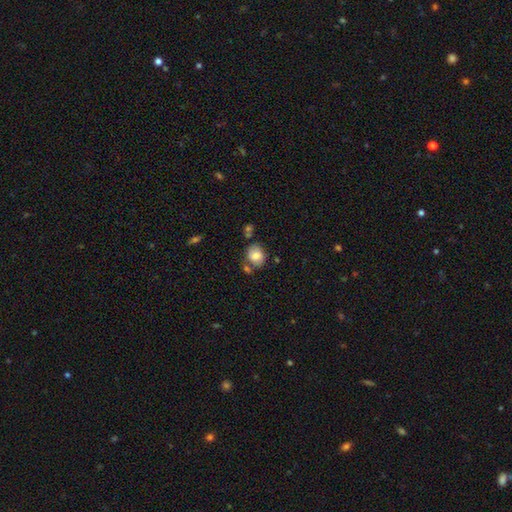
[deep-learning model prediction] smooth-or-featured: smooth: 75% | featured or disk: 17% | star or artifact: 9%
  how-rounded: round: 58% | in between: 41% | cigar-shaped: 1%
  merging: none: 59% | minor disturbance: 19% | merger: 17% | major disturbance: 6%